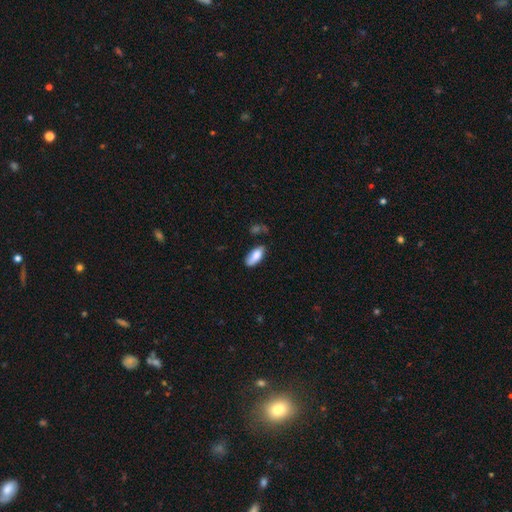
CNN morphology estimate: Smooth or featured? Predicted: smooth (p=0.83). How rounded? Predicted: in between (p=0.86). Merging? Predicted: none (p=0.65).